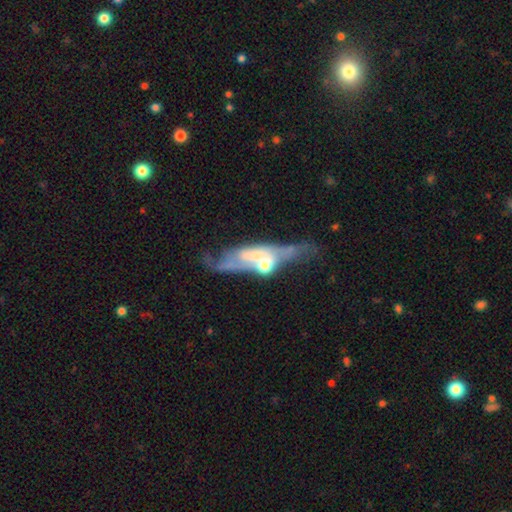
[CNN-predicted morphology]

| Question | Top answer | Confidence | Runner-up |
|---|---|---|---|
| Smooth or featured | featured or disk | 71% | smooth (21%) |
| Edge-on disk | no | 64% | yes (36%) |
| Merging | none | 33% | major disturbance (24%) |